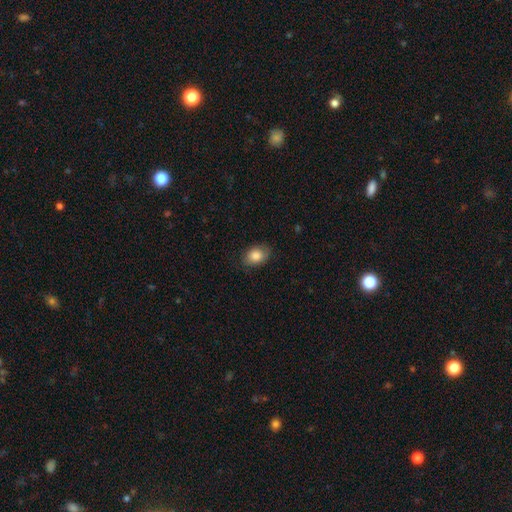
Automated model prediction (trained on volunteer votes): Morphology: type=smooth (85%); roundness=in between (75%); merging=none (78%).